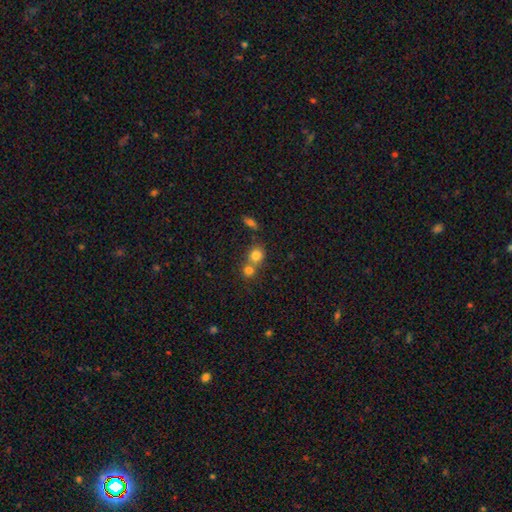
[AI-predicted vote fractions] This is likely a smooth galaxy (78%). How rounded: likely round (77%). Merging: possibly merger (51%).